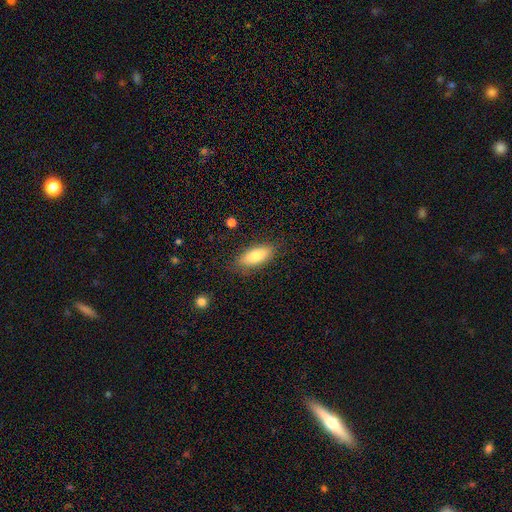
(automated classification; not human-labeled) Smooth or featured?
  - smooth: 78% *
  - featured or disk: 15%
  - star or artifact: 7%
How rounded?
  - in between: 79% *
  - cigar-shaped: 19%
  - round: 3%
Merging?
  - none: 84% *
  - minor disturbance: 12%
  - major disturbance: 3%
  - merger: 1%